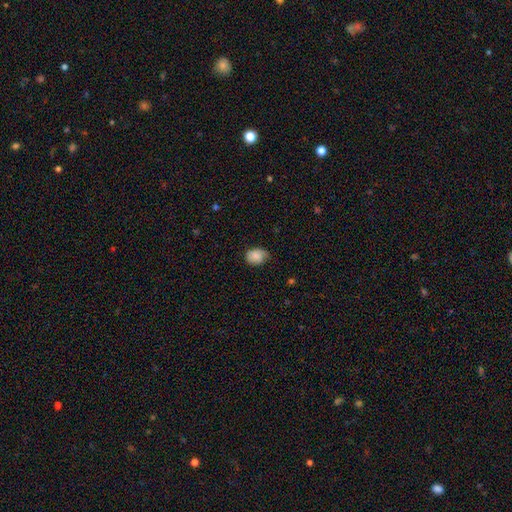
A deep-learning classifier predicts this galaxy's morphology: Overall: smooth (82%). How rounded: in between (61%; round 39%). Merging: none (61%; minor disturbance 32%).